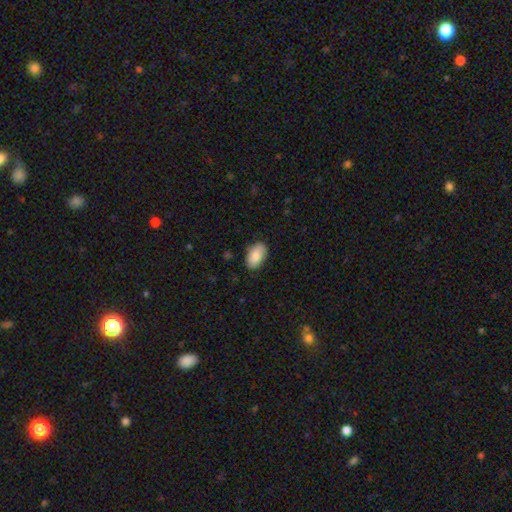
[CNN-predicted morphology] A smooth galaxy with no disk features (87%) that is in between round and cigar-shaped (94%).

Vote fractions:
- Smooth or featured? smooth: 87% / featured or disk: 7% / star or artifact: 6%
- How rounded? in between: 94% / round: 5% / cigar-shaped: 1%
- Merging? none: 85% / minor disturbance: 12% / major disturbance: 2% / merger: 1%